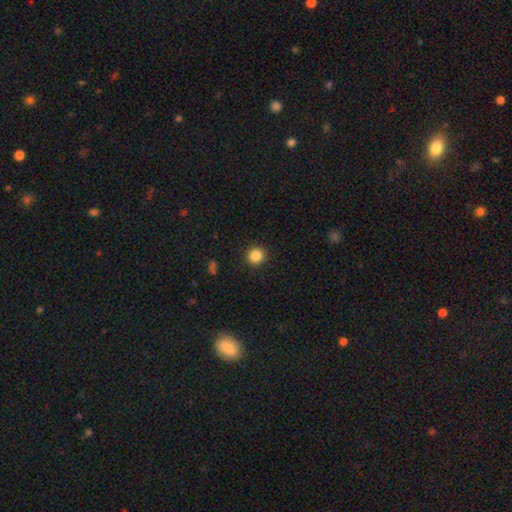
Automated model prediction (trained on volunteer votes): Smooth or featured? Predicted: smooth (p=0.85). How rounded? Predicted: round (p=0.93). Merging? Predicted: none (p=0.92).